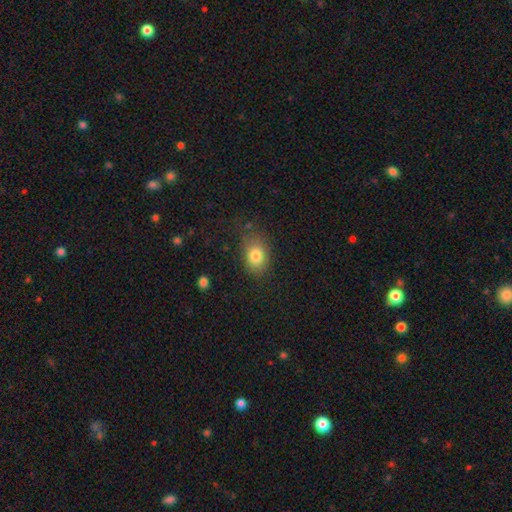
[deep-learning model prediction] Q: Smooth or featured?
A: smooth (81%); runner-up: star or artifact (9%)
Q: How rounded?
A: in between (72%); runner-up: round (27%)
Q: Merging?
A: none (74%); runner-up: minor disturbance (17%)